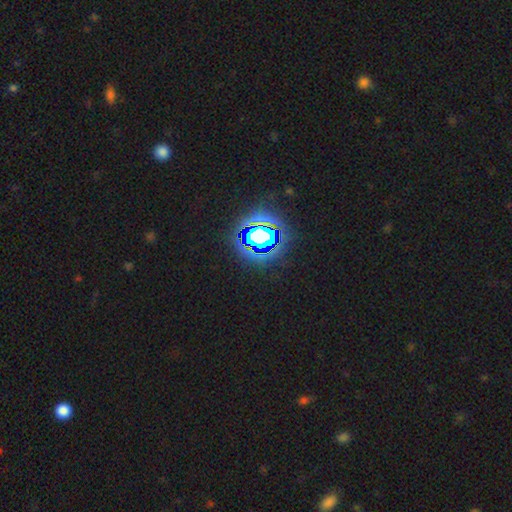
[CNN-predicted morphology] The model was most divided on "smooth or featured": star or artifact: 84%, smooth: 11%, featured or disk: 5%.